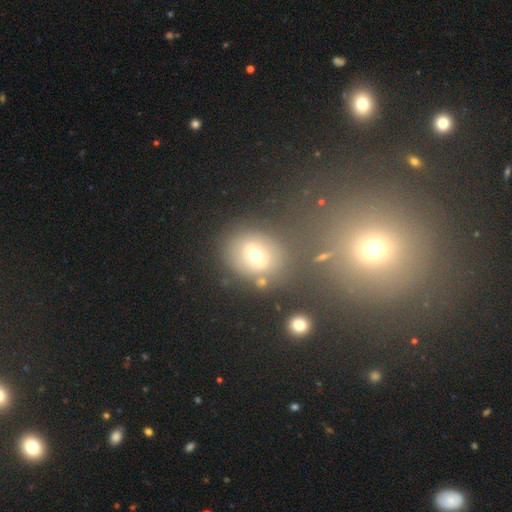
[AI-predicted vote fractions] A smooth galaxy with no disk features (47%).

Vote fractions:
- Smooth or featured? smooth: 47% / featured or disk: 33% / star or artifact: 20%
- Merging? none: 72% / minor disturbance: 13% / merger: 9% / major disturbance: 6%